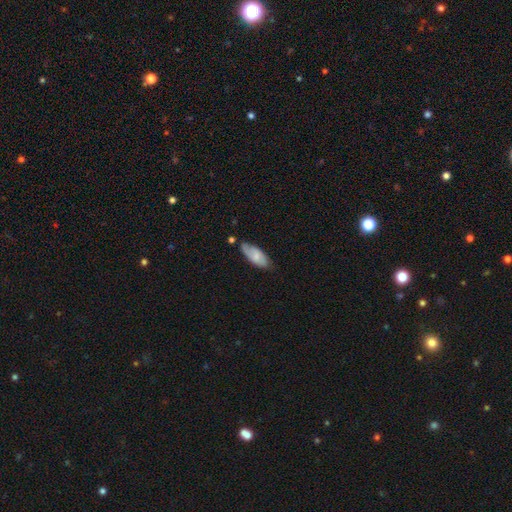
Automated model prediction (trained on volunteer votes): Smooth or featured? smooth (61%)
How rounded? in between (82%)
Merging? none (59%)